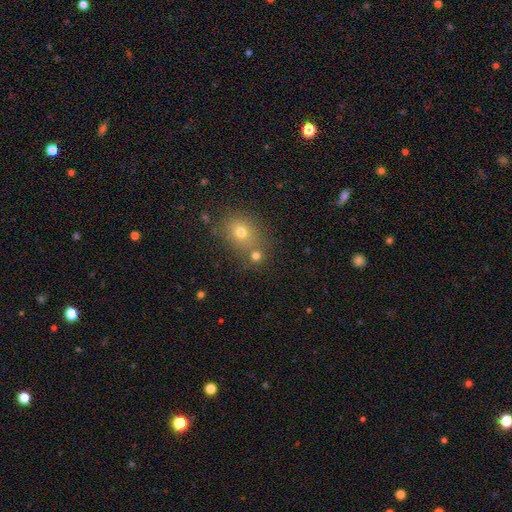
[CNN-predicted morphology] The model was most divided on "merging": none: 58%, merger: 30%, minor disturbance: 9%, major disturbance: 4%. More confident: how rounded — round (73%); smooth or featured — smooth (71%).